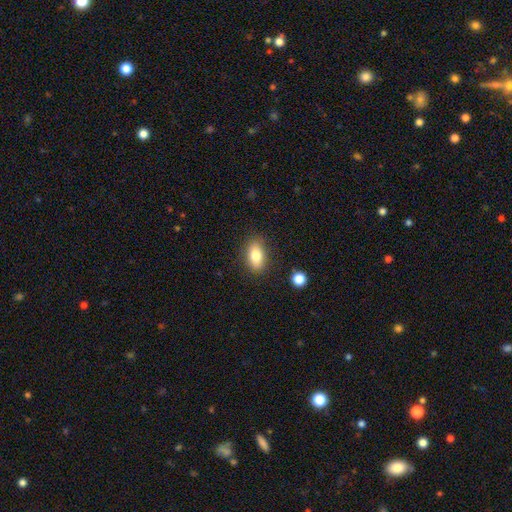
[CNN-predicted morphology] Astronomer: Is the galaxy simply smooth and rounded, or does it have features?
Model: smooth — 80%.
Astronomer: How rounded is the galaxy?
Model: in between — 87%.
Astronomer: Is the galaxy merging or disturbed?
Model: none — 85%.